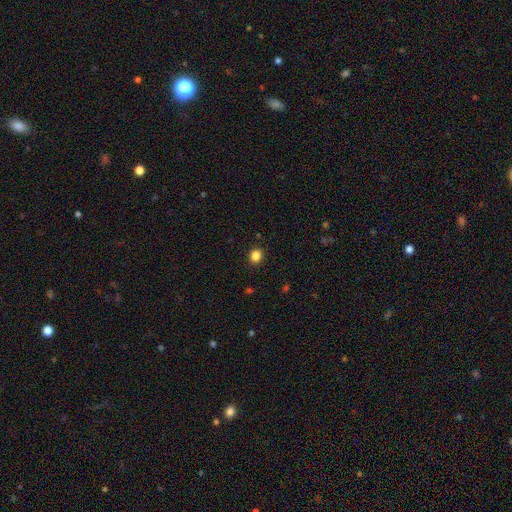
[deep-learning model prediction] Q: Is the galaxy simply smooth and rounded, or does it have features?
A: smooth — 85%.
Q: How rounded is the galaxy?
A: round — 68%.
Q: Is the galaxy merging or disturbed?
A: none — 91%.